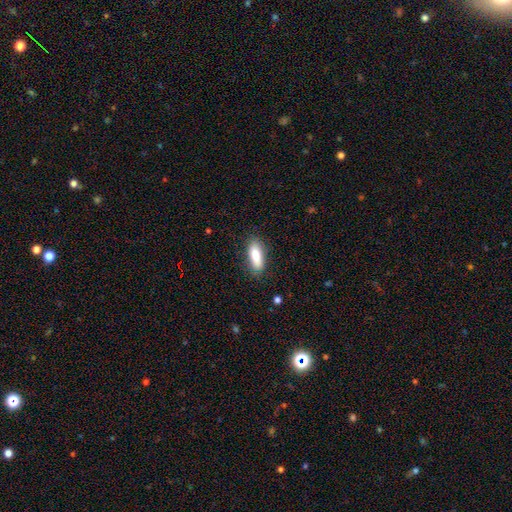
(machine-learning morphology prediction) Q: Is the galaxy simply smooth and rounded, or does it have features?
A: smooth — 84%.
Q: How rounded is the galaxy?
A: in between — 68%.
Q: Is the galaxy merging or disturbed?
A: none — 83%.